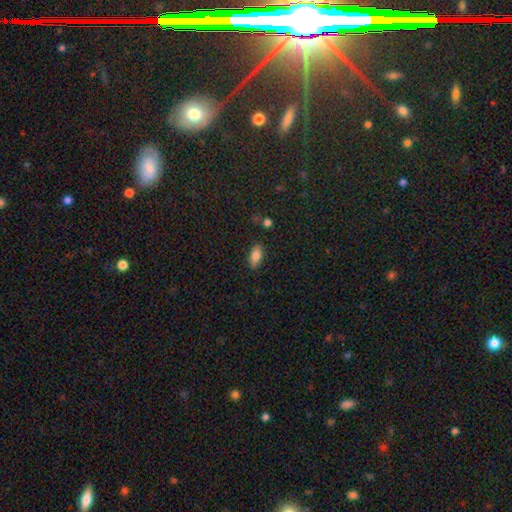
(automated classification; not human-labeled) smooth 82%, featured or disk 10%, star or artifact 9%. Down the decision tree: how rounded — in between (88%); merging — none (83%).